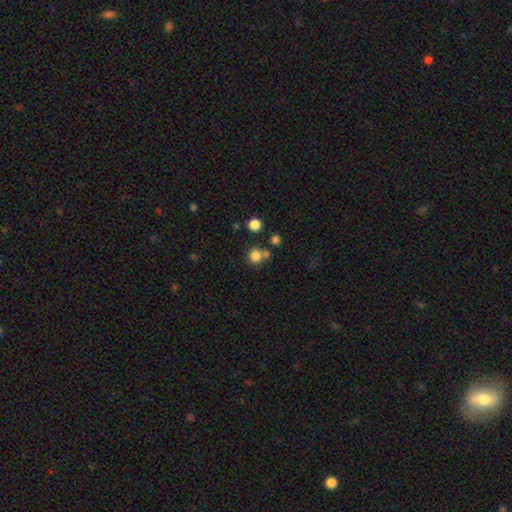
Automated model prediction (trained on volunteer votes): Q: Smooth or featured?
A: smooth (80%); runner-up: star or artifact (13%)
Q: How rounded?
A: round (90%); runner-up: in between (9%)
Q: Merging?
A: none (66%); runner-up: merger (21%)